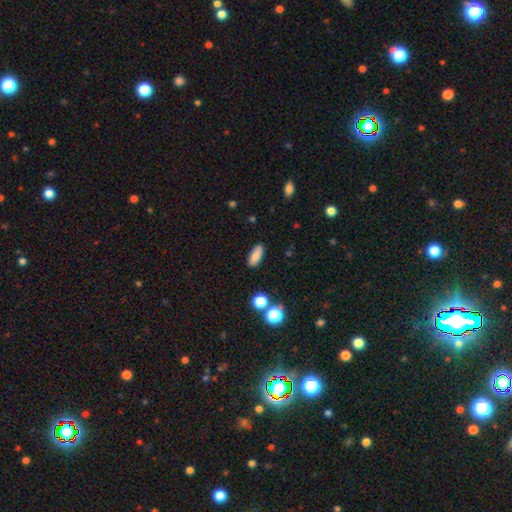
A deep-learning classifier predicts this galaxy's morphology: Smooth or featured?
  - smooth: 85% *
  - star or artifact: 9%
  - featured or disk: 6%
How rounded?
  - in between: 70% *
  - cigar-shaped: 26%
  - round: 4%
Merging?
  - none: 87% *
  - minor disturbance: 9%
  - major disturbance: 2%
  - merger: 2%